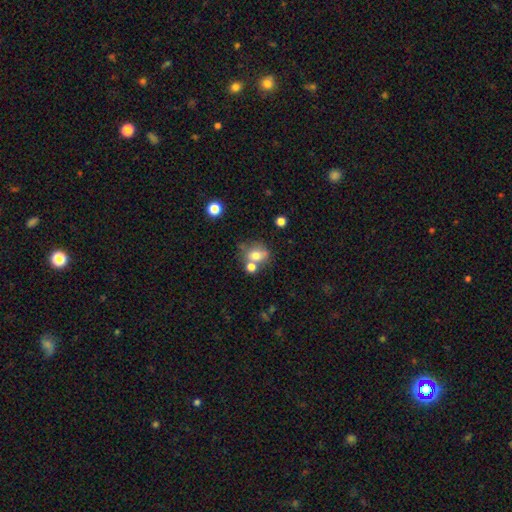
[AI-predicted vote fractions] smooth_or_featured: smooth (p=0.71) [alt: featured or disk p=0.17]
how_rounded: round (p=0.60) [alt: in between p=0.39]
merging: none (p=0.46) [alt: merger p=0.32]